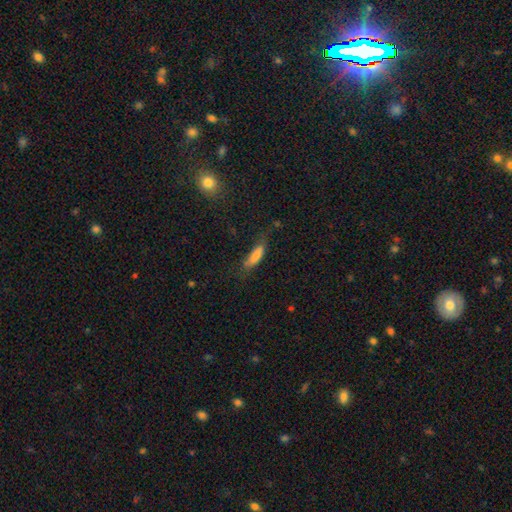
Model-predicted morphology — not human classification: Smooth or featured: smooth — 79% (featured or disk — 13%)
How rounded: cigar-shaped — 52% (in between — 46%)
Merging: none — 55% (minor disturbance — 28%)